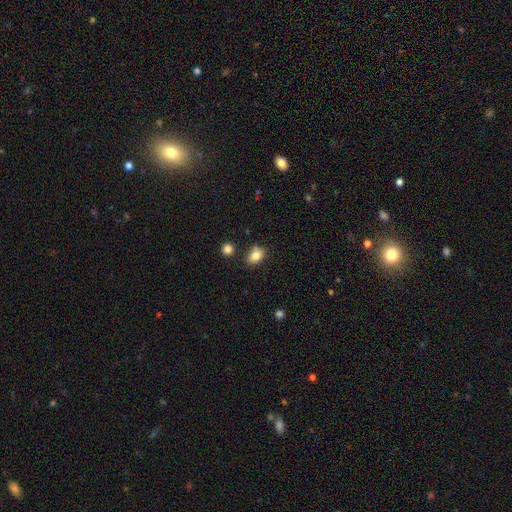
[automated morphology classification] Smooth or featured? smooth (83%)
How rounded? in between (69%)
Merging? none (75%)